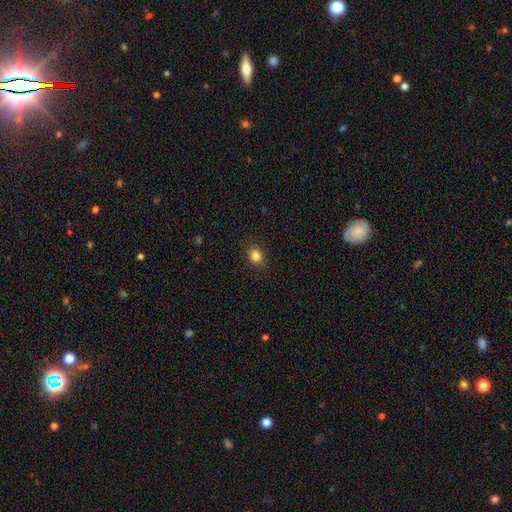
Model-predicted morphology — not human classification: smooth-or-featured: smooth: 83% | star or artifact: 12% | featured or disk: 5%
  how-rounded: round: 59% | in between: 40% | cigar-shaped: 1%
  merging: none: 88% | minor disturbance: 9% | major disturbance: 2% | merger: 1%